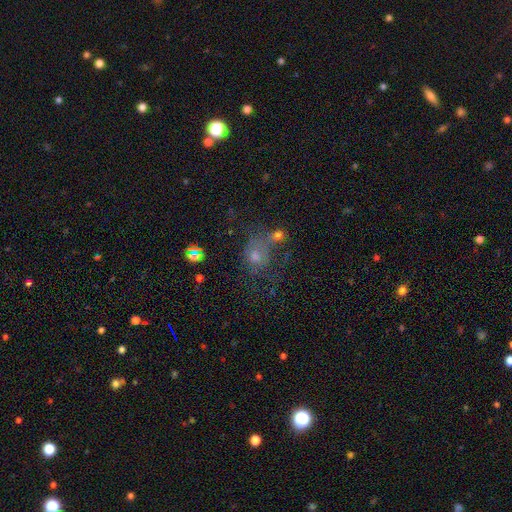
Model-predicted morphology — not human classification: smooth 48%, featured or disk 26%, star or artifact 25%. Down the decision tree: merging — none (43%).